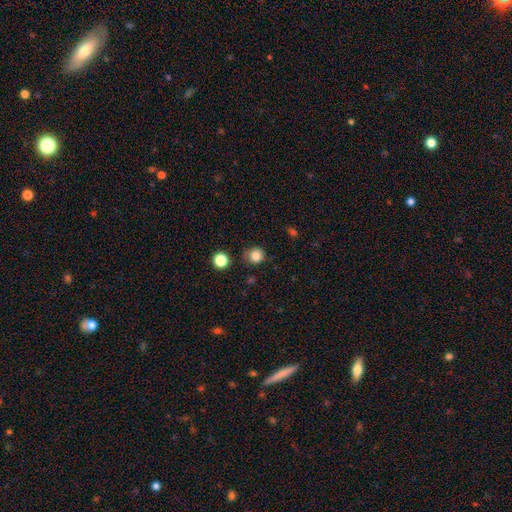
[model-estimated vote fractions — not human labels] The model was most divided on "merging": none: 75%, minor disturbance: 18%, major disturbance: 5%, merger: 3%. More confident: how rounded — round (87%); smooth or featured — smooth (83%).